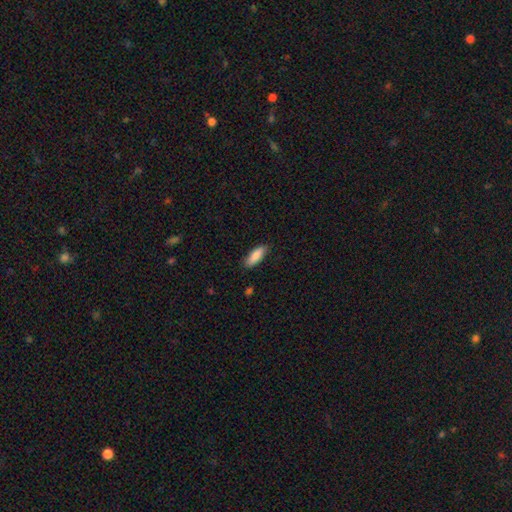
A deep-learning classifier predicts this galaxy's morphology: Smooth or featured?
  - smooth: 87% *
  - featured or disk: 7%
  - star or artifact: 6%
How rounded?
  - in between: 67% *
  - cigar-shaped: 31%
  - round: 2%
Merging?
  - none: 85% *
  - minor disturbance: 11%
  - major disturbance: 2%
  - merger: 1%